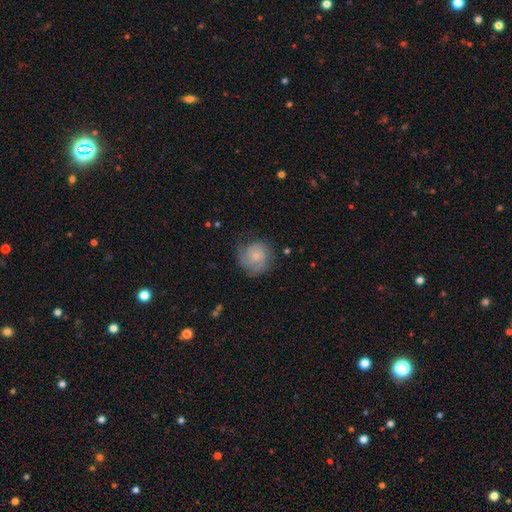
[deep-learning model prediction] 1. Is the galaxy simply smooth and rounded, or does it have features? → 52% smooth, 40% featured or disk, 8% star or artifact.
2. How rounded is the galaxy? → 86% round, 13% in between, 1% cigar-shaped.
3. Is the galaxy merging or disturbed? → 60% none, 25% minor disturbance, 13% major disturbance, 2% merger.